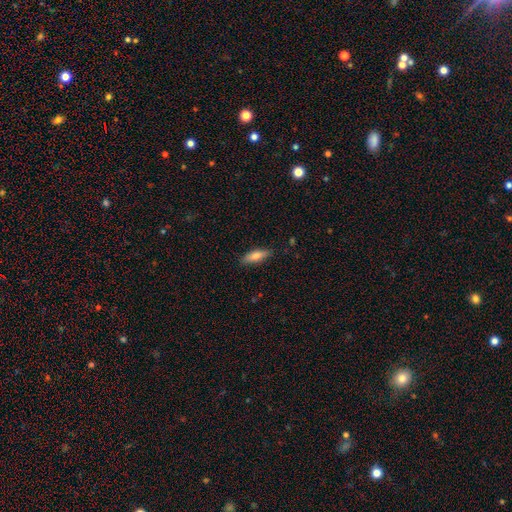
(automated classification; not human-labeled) Smooth or featured? Predicted: smooth (p=0.71). How rounded? Predicted: cigar-shaped (p=0.54). Merging? Predicted: none (p=0.85).